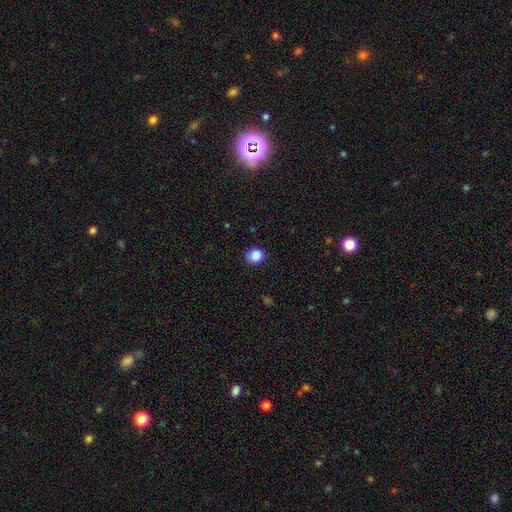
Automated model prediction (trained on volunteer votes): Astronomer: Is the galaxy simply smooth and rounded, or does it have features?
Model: smooth — 87%.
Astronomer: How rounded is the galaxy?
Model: round — 80%.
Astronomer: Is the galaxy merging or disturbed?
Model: none — 89%.